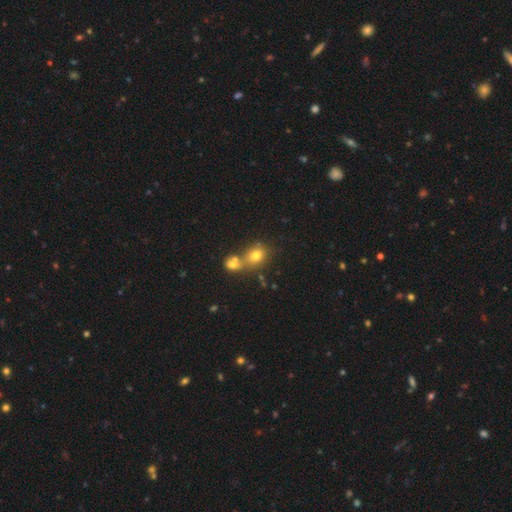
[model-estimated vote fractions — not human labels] This appears to be a smooth galaxy with no disk features (72%) that is round (63%). Merging: merger (47%).